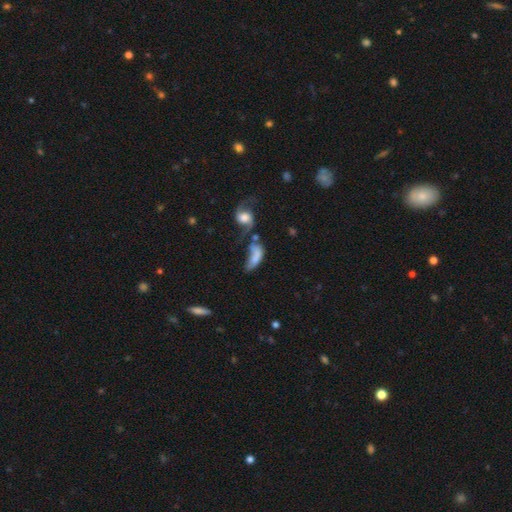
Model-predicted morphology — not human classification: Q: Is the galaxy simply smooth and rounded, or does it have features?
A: smooth — 55%.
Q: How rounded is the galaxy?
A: in between — 77%.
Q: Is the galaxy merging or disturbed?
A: merger — 43%.